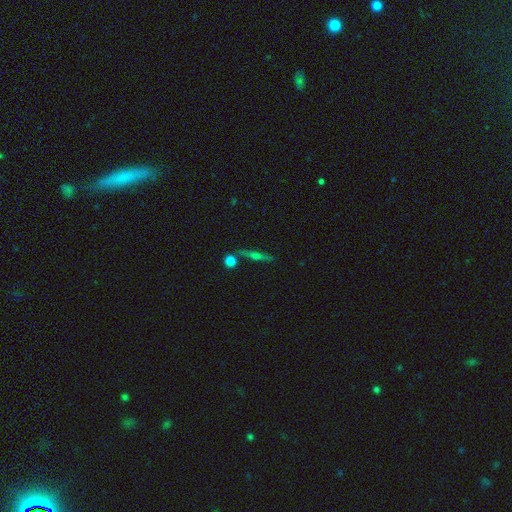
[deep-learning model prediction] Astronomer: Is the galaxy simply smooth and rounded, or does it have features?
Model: featured or disk — 70%.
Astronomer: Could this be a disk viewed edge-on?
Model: yes — 96%.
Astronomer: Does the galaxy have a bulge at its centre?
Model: rounded — 87%.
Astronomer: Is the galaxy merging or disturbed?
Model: none — 83%.